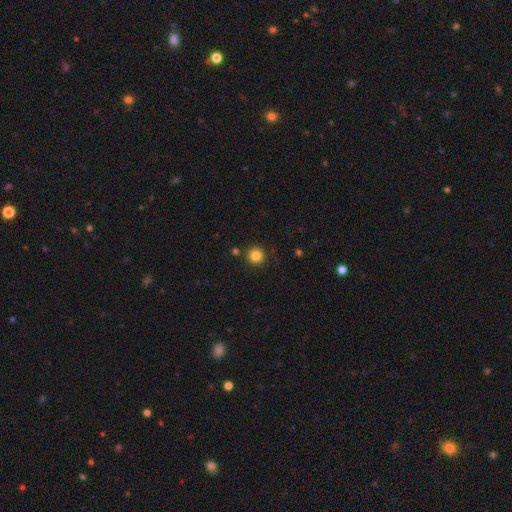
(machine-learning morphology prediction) This appears to be a smooth galaxy with no disk features (83%) that is round (95%). Merging: none (88%).